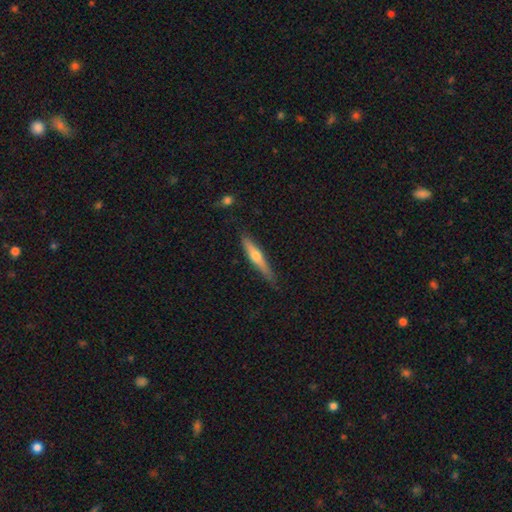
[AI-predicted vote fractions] Q: Smooth or featured?
A: featured or disk (49%); runner-up: smooth (45%)
Q: Merging?
A: none (79%); runner-up: minor disturbance (17%)